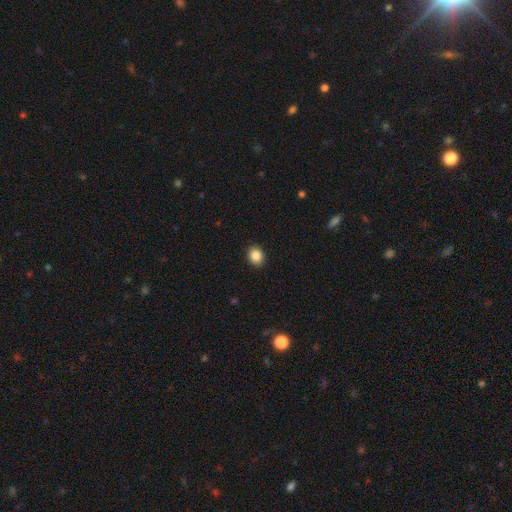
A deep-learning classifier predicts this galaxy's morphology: Smooth or featured?
  - smooth: 86% *
  - star or artifact: 9%
  - featured or disk: 5%
How rounded?
  - in between: 51% *
  - round: 48%
  - cigar-shaped: 1%
Merging?
  - none: 91% *
  - minor disturbance: 6%
  - major disturbance: 2%
  - merger: 1%